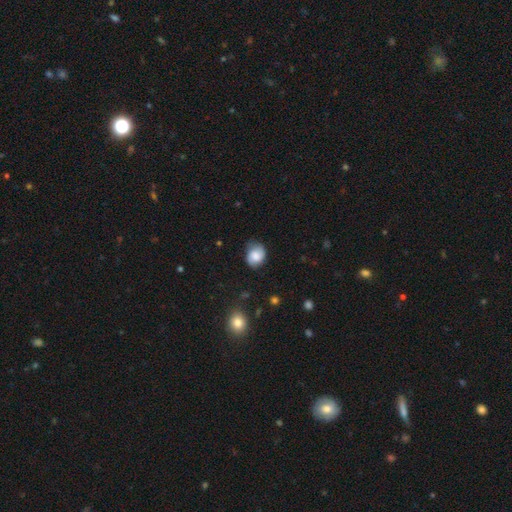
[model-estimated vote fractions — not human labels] Overall: smooth (72%). How rounded: round (57%; in between 42%). Merging: none (63%; minor disturbance 28%).